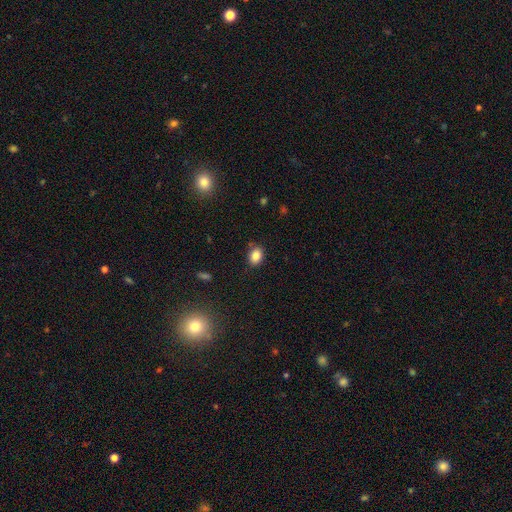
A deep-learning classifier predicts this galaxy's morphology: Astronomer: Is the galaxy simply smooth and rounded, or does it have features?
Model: smooth — 85%.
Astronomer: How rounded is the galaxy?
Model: in between — 67%.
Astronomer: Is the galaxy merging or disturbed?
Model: none — 81%.